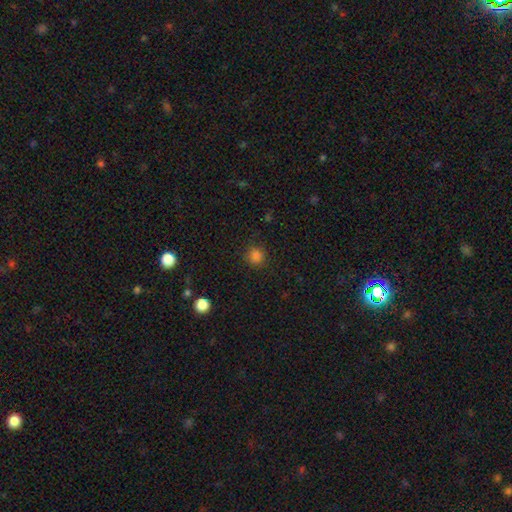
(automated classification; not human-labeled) This is clearly a smooth galaxy (83%). How rounded: clearly round (90%). Merging: clearly none (86%).